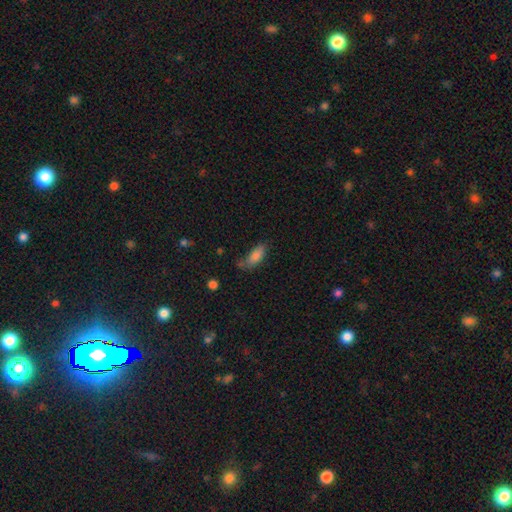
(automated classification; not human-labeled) Smooth or featured? smooth (83%)
How rounded? in between (77%)
Merging? none (51%)